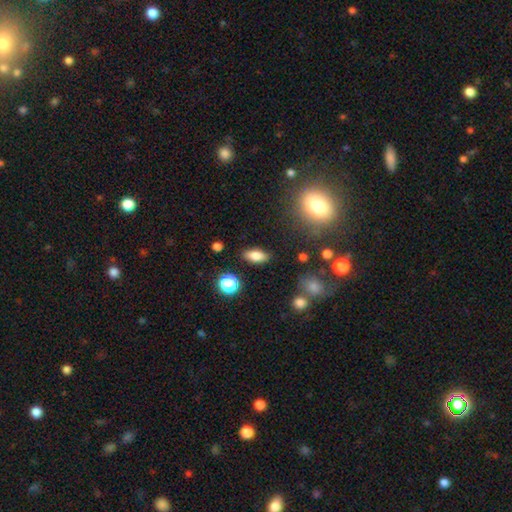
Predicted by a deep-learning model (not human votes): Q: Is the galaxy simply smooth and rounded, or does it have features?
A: smooth — 78%.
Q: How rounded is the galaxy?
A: in between — 82%.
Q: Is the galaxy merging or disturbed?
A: none — 86%.